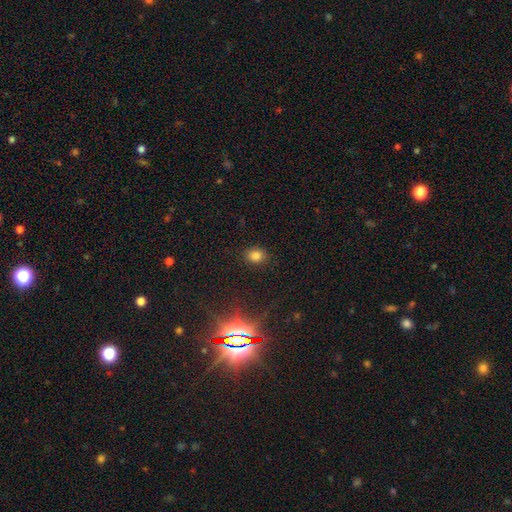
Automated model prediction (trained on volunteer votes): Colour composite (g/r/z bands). It shows a smooth galaxy with no disk features (79%) that is round (53%). Merging: none (88%).